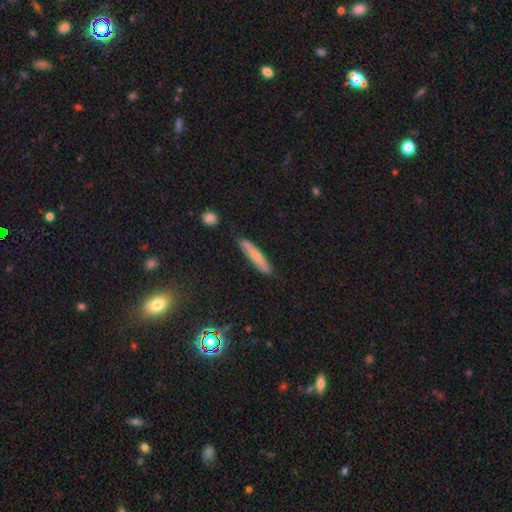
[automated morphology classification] type=smooth (66%); roundness=cigar-shaped (90%); merging=none (81%).